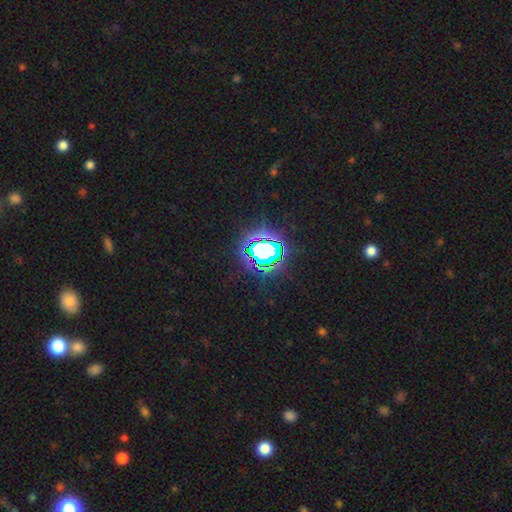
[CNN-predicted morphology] Overall: star or artifact (71%).